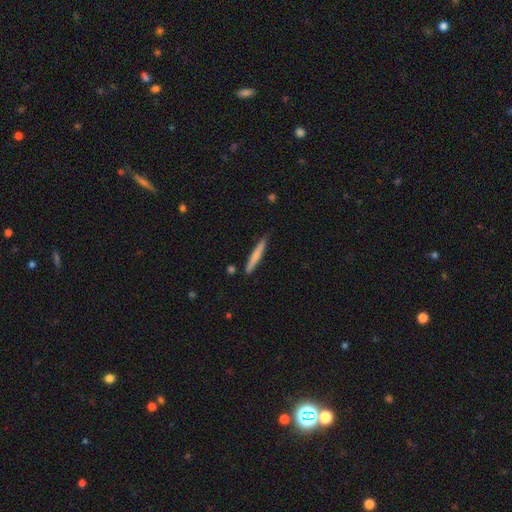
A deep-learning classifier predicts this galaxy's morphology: Q: Smooth or featured?
A: smooth (69%); runner-up: featured or disk (25%)
Q: How rounded?
A: cigar-shaped (95%); runner-up: in between (3%)
Q: Merging?
A: none (84%); runner-up: minor disturbance (12%)